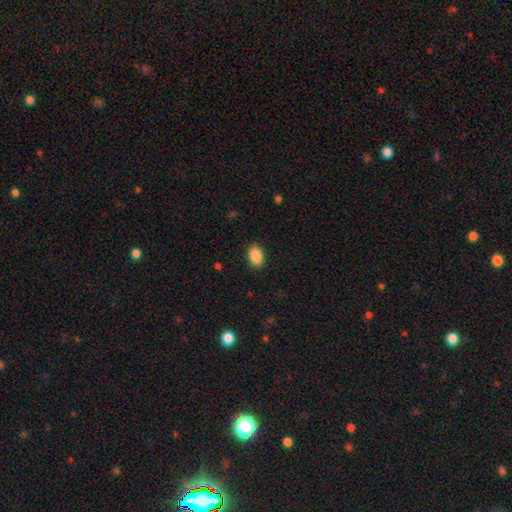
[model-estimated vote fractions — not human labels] Q: Smooth or featured?
A: smooth (89%); runner-up: star or artifact (7%)
Q: How rounded?
A: in between (88%); runner-up: round (11%)
Q: Merging?
A: none (89%); runner-up: minor disturbance (8%)